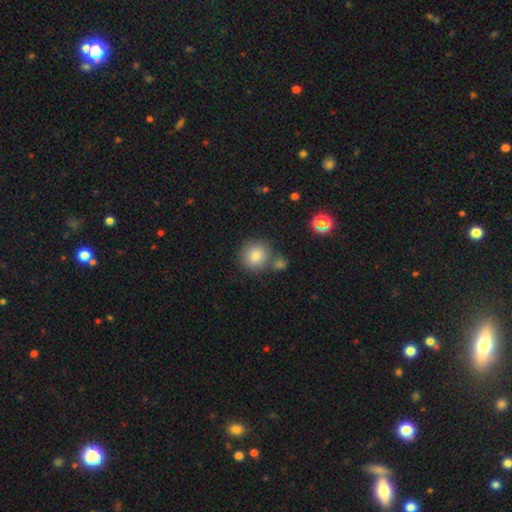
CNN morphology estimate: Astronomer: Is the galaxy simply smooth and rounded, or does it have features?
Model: smooth — 81%.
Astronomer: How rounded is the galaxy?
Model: round — 90%.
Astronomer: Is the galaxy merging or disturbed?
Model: none — 67%.